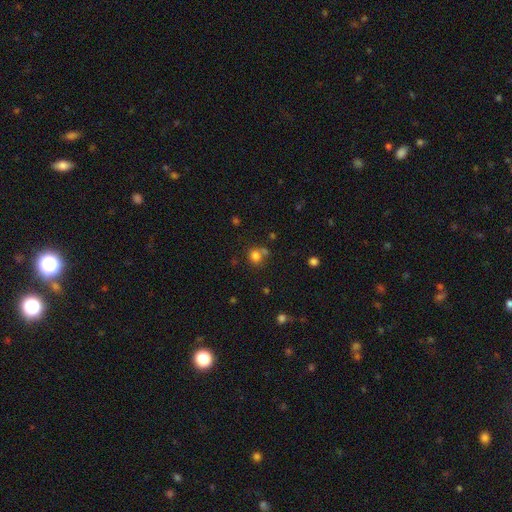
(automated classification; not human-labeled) The model was most divided on "merging": none: 61%, merger: 22%, minor disturbance: 13%, major disturbance: 5%. More confident: how rounded — round (82%); smooth or featured — smooth (79%).